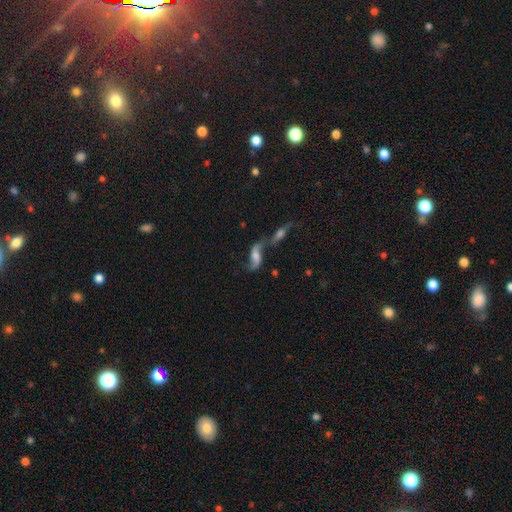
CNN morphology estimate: Overall: featured or disk (68%). Edge-on disk: no (89%). Bar: no (47%; weak 39%). Spiral arms: yes (89%). Spiral arm count: 2 (86%). Spiral winding: loose (82%). Bulge size: moderate (30%; none 28%). Merging: merger (55%; none 26%).